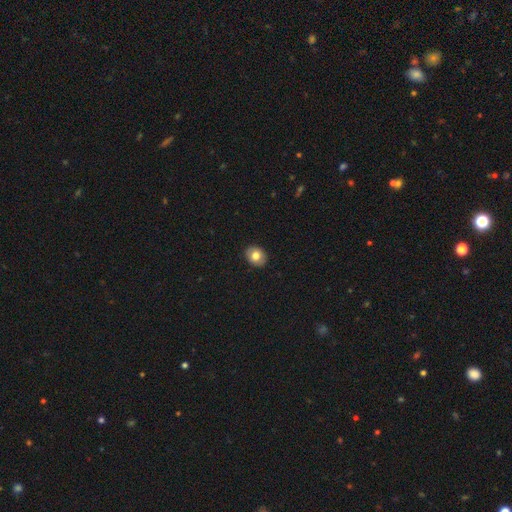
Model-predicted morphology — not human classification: This appears to be a smooth galaxy with no disk features (79%) that is in between round and cigar-shaped (51%). Merging: none (90%).